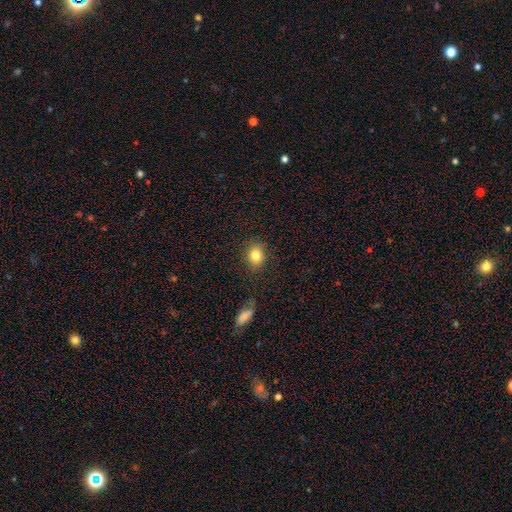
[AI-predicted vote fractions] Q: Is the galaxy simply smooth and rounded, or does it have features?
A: smooth — 82%.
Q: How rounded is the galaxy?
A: round — 58%.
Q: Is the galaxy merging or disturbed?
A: none — 83%.